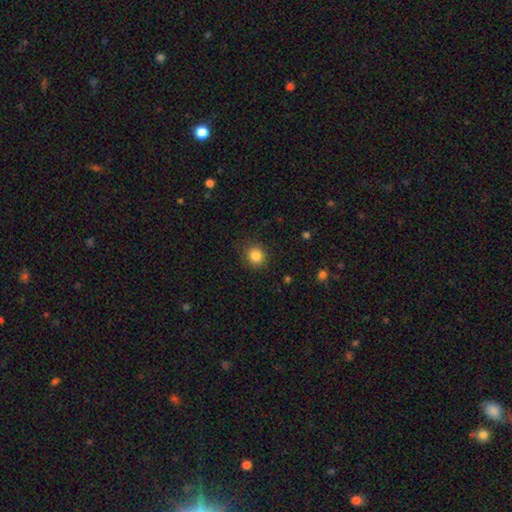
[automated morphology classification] A smooth galaxy with no disk features (85%) that is round (88%). Merging: none (88%).